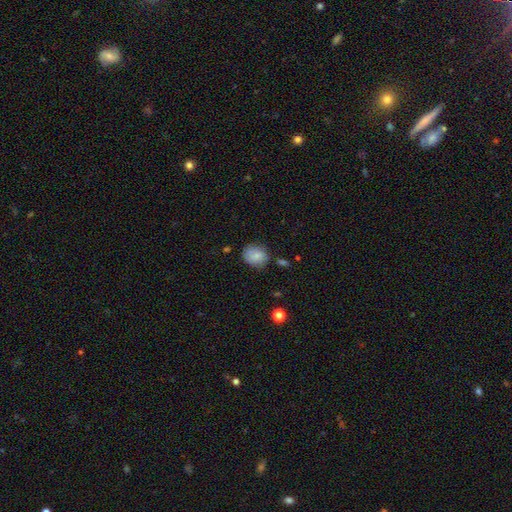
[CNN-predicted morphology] smooth-or-featured: smooth: 77% | featured or disk: 15% | star or artifact: 8%
  how-rounded: round: 56% | in between: 43% | cigar-shaped: 1%
  merging: none: 71% | minor disturbance: 21% | major disturbance: 5% | merger: 4%